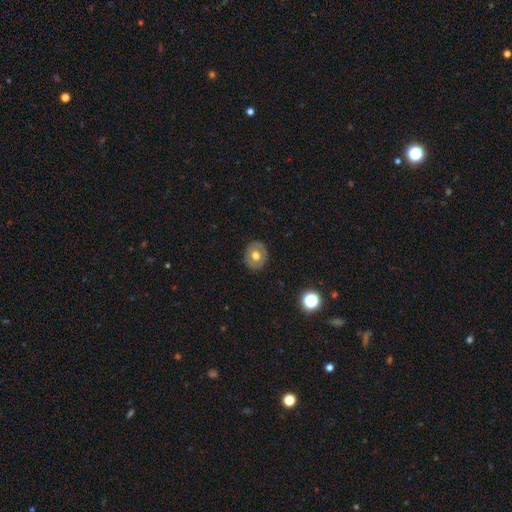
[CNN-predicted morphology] Overall: smooth (58%; featured or disk 33%). How rounded: round (67%; in between 32%). Merging: none (87%).